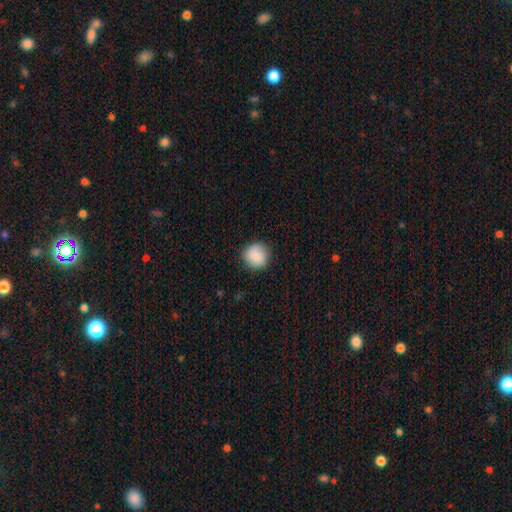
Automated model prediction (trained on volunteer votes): Q: Smooth or featured?
A: smooth (86%); runner-up: star or artifact (7%)
Q: How rounded?
A: round (89%); runner-up: in between (10%)
Q: Merging?
A: none (85%); runner-up: minor disturbance (11%)